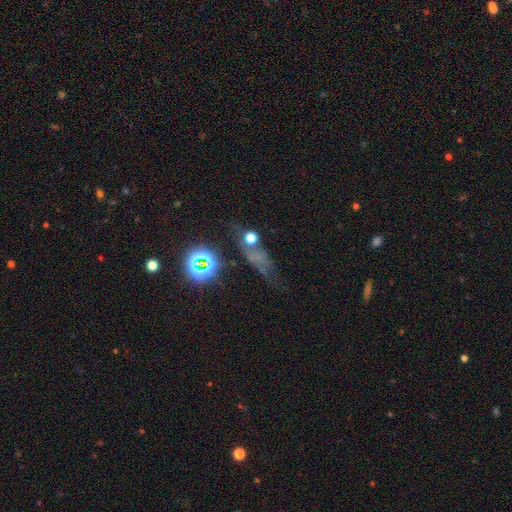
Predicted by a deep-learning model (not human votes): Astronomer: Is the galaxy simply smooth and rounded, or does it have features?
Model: star or artifact — 53% (runner-up: smooth, 28%).